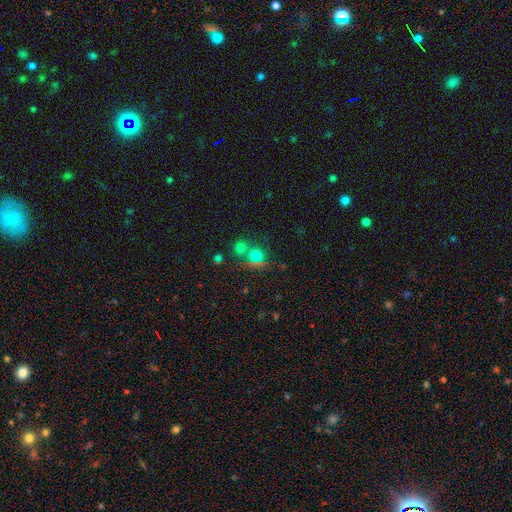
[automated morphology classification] smooth-or-featured: smooth: 63% | star or artifact: 25% | featured or disk: 12%
  how-rounded: round: 84% | in between: 14% | cigar-shaped: 2%
  merging: none: 53% | merger: 32% | minor disturbance: 9% | major disturbance: 6%